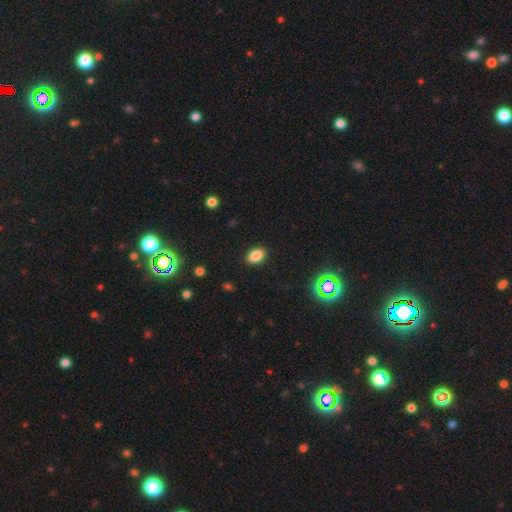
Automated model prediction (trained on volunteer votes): Morphology: type=smooth (85%); roundness=in between (84%); merging=none (89%).